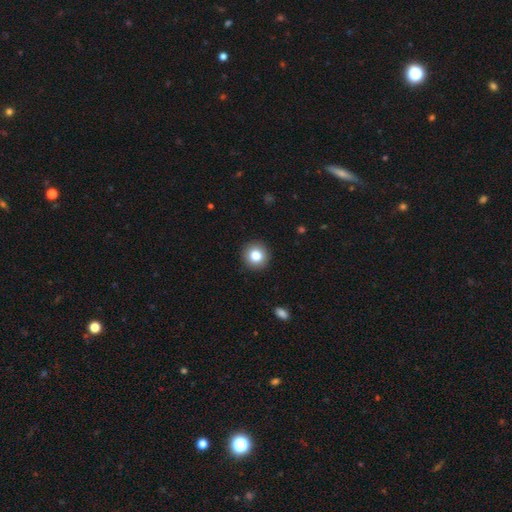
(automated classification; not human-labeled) smooth 82%, star or artifact 10%, featured or disk 8%. Down the decision tree: how rounded — round (93%); merging — none (92%).